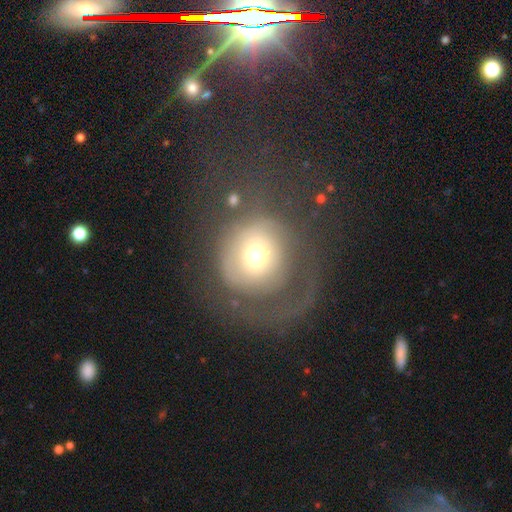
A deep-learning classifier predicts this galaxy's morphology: smooth 46%, featured or disk 43%, star or artifact 11%. Down the decision tree: merging — major disturbance (47%).